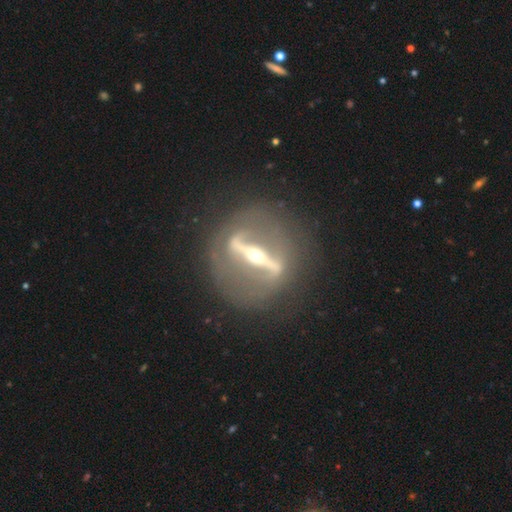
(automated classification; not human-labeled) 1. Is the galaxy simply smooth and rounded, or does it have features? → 87% featured or disk, 7% smooth, 6% star or artifact.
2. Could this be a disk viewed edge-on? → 52% no, 48% yes.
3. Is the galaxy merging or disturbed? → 74% none, 12% major disturbance, 12% minor disturbance, 2% merger.